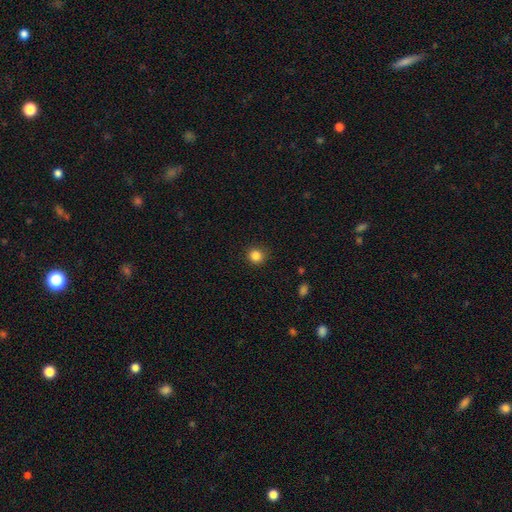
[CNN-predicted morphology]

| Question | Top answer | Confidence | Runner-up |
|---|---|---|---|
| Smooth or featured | smooth | 85% | star or artifact (11%) |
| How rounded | round | 92% | in between (7%) |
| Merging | none | 90% | minor disturbance (7%) |